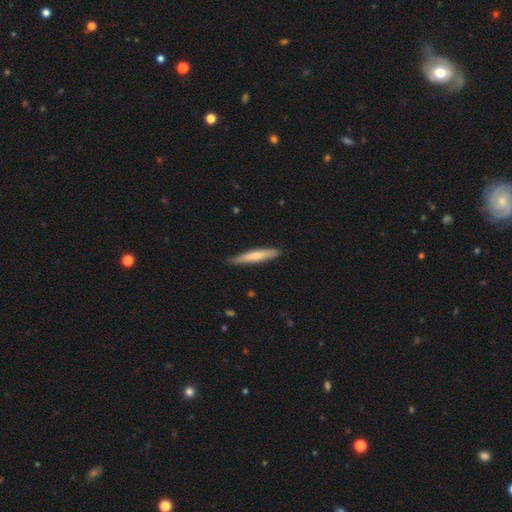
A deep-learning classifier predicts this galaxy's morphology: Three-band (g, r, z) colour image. It shows a smooth galaxy with no disk features (67%) that is cigar-shaped (93%). Merging: none (84%).